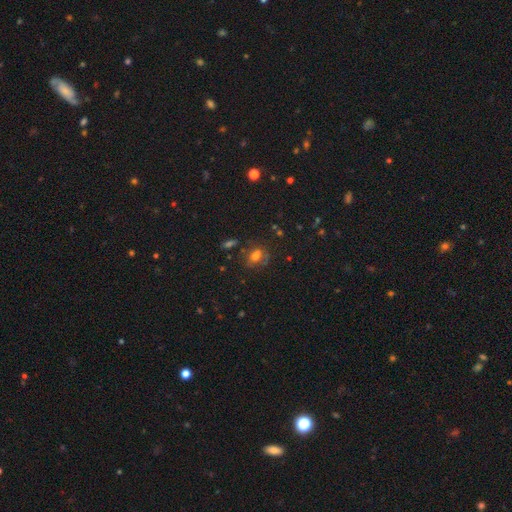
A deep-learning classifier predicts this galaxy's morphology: Smooth or featured? smooth (57%)
How rounded? in between (65%)
Merging? none (60%)